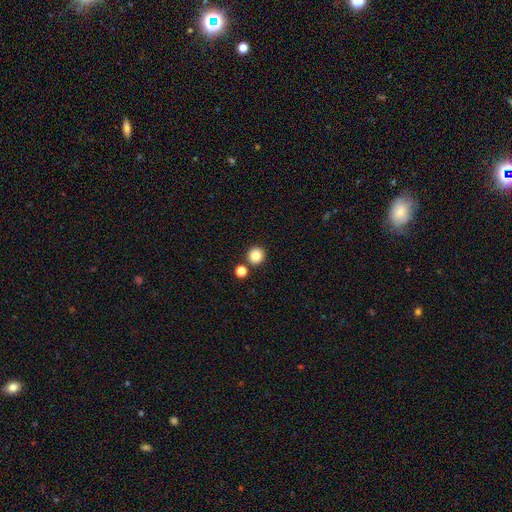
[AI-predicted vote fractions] Smooth or featured? Predicted: smooth (p=0.83). How rounded? Predicted: round (p=0.94). Merging? Predicted: none (p=0.85).